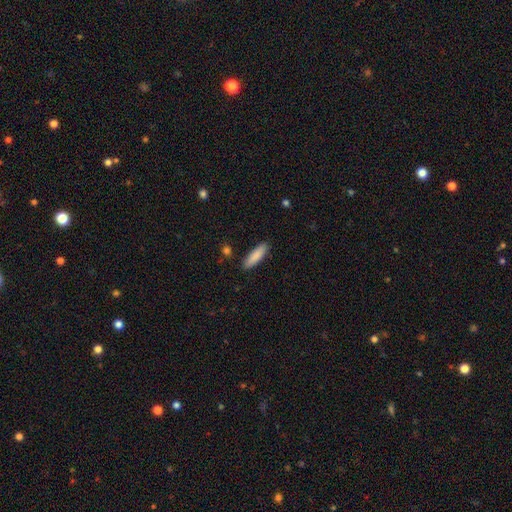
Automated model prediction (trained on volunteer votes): This appears to be a smooth galaxy with no disk features (87%) that is cigar-shaped (65%). Merging: none (88%).